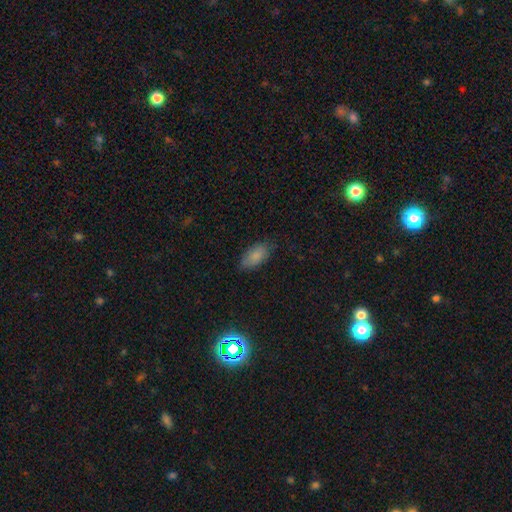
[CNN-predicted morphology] Smooth or featured?
  - smooth: 84% *
  - featured or disk: 8%
  - star or artifact: 8%
How rounded?
  - in between: 92% *
  - cigar-shaped: 5%
  - round: 2%
Merging?
  - none: 77% *
  - minor disturbance: 18%
  - major disturbance: 4%
  - merger: 1%